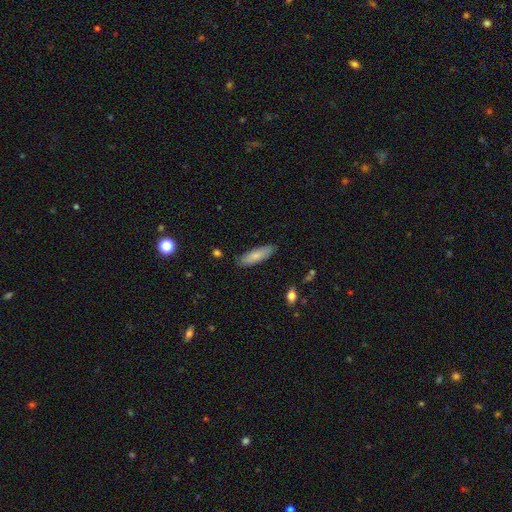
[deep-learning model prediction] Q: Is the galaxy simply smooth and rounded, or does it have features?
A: smooth — 79%.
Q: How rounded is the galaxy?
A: cigar-shaped — 52%.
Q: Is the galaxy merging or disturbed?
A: none — 84%.